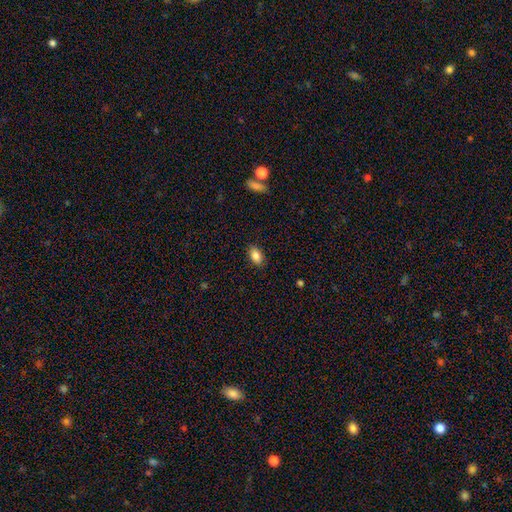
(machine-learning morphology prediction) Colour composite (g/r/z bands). It shows a smooth galaxy with no disk features (86%) that is in between round and cigar-shaped (89%). Merging: none (87%).